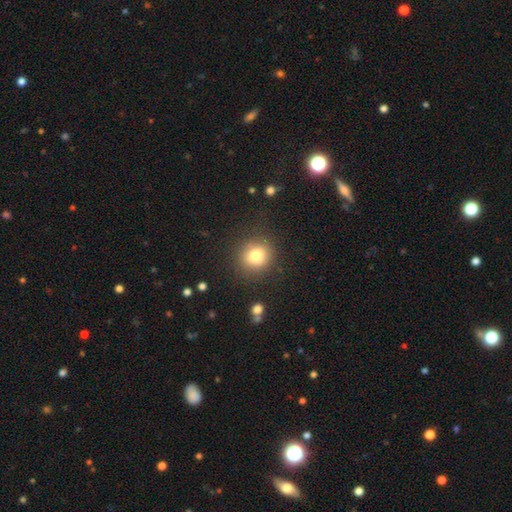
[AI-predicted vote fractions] This appears to be a smooth galaxy with no disk features (80%) that is round (80%). Merging: none (83%).